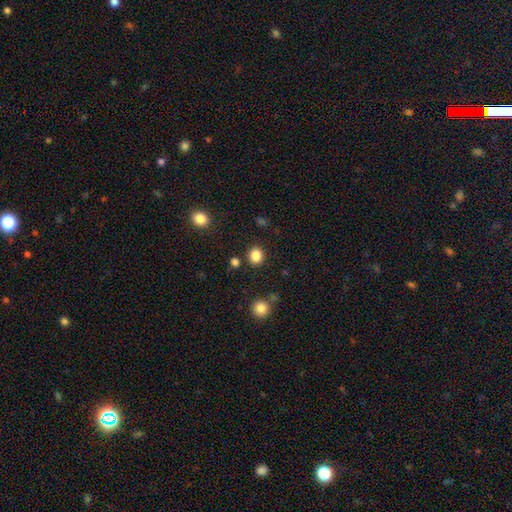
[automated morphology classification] smooth_or_featured: smooth (p=0.85) [alt: star or artifact p=0.11]
how_rounded: round (p=0.78) [alt: in between p=0.21]
merging: none (p=0.87) [alt: minor disturbance p=0.07]